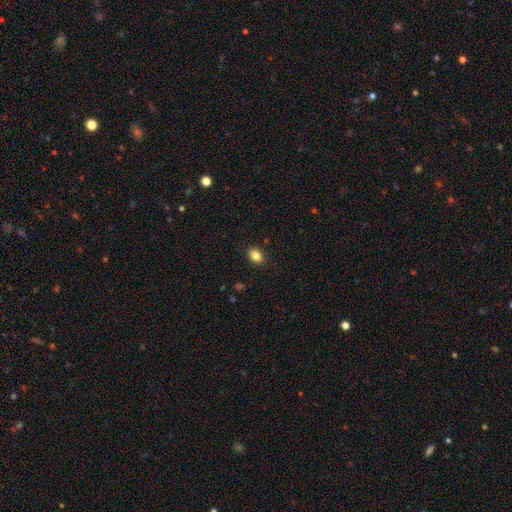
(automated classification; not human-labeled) A smooth galaxy with no disk features (85%) that is in between round and cigar-shaped (62%). Merging: none (89%).